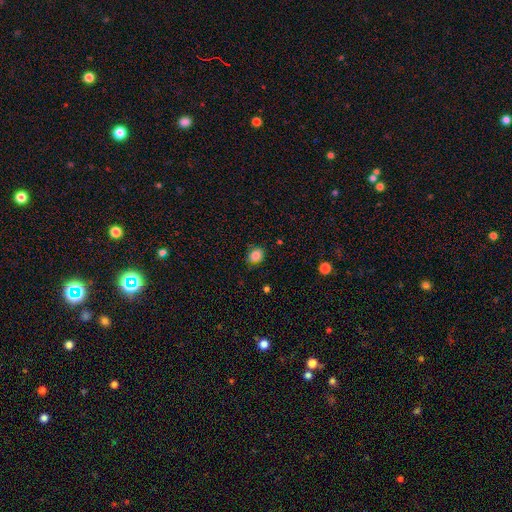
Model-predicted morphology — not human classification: Smooth or featured?
  - smooth: 85% *
  - star or artifact: 10%
  - featured or disk: 5%
How rounded?
  - in between: 50% *
  - round: 49%
  - cigar-shaped: 1%
Merging?
  - none: 76% *
  - minor disturbance: 19%
  - major disturbance: 4%
  - merger: 1%